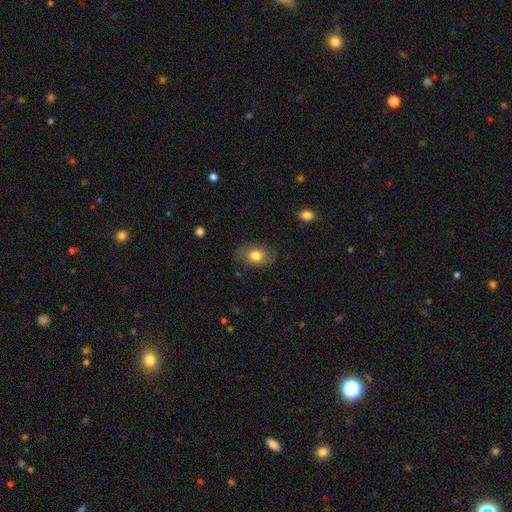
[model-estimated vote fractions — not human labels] Smooth or featured? Predicted: smooth (p=0.70). How rounded? Predicted: in between (p=0.72). Merging? Predicted: none (p=0.75).